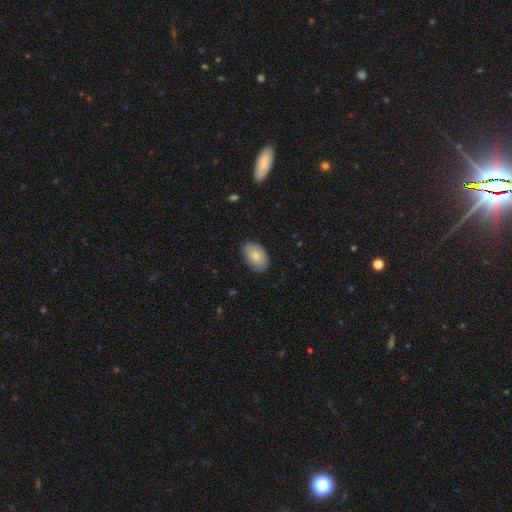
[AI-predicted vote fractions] This appears to be a smooth galaxy with no disk features (81%) that is in between round and cigar-shaped (90%). Merging: none (81%).